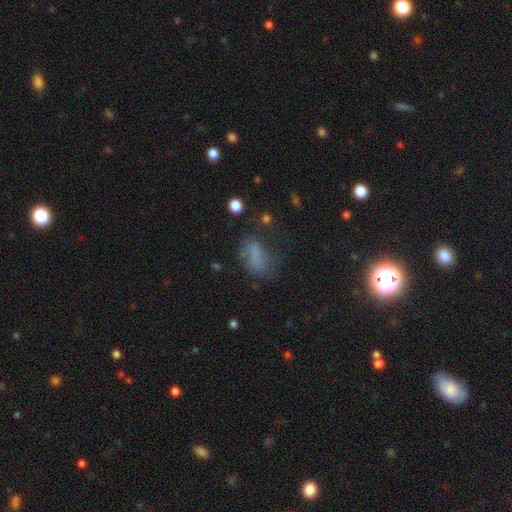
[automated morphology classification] Smooth or featured: smooth — 68% (star or artifact — 17%)
How rounded: in between — 80% (round — 11%)
Merging: none — 45% (minor disturbance — 26%)